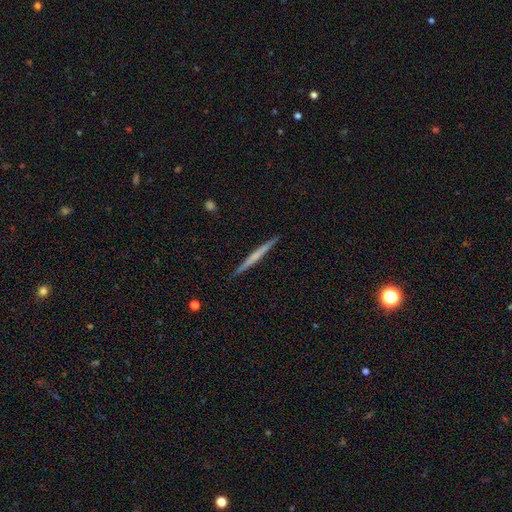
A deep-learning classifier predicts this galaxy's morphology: Smooth or featured?
  - featured or disk: 52% *
  - smooth: 43%
  - star or artifact: 5%
Edge-on disk?
  - yes: 98% *
  - no: 2%
Edge-on bulge?
  - none: 82% *
  - rounded: 13%
  - boxy: 5%
Merging?
  - none: 92% *
  - minor disturbance: 5%
  - major disturbance: 1%
  - merger: 1%